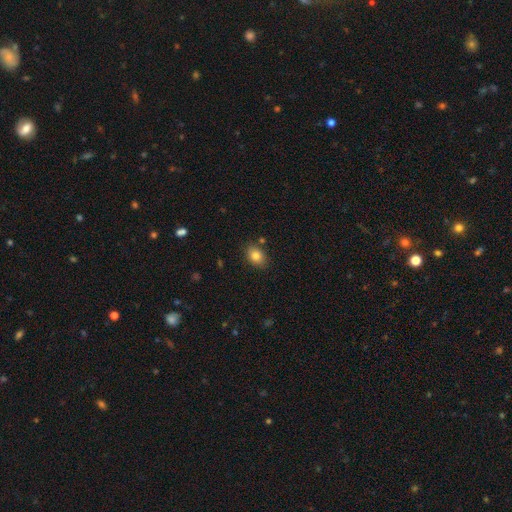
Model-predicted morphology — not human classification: smooth_or_featured: smooth (p=0.82) [alt: star or artifact p=0.09]
how_rounded: in between (p=0.72) [alt: round p=0.26]
merging: none (p=0.82) [alt: minor disturbance p=0.12]